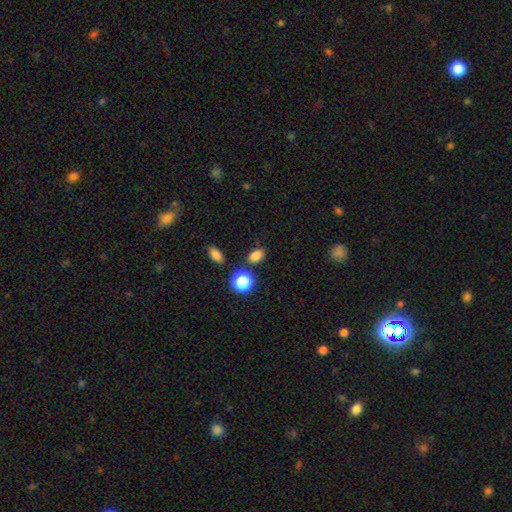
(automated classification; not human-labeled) Smooth or featured: smooth — 82% (star or artifact — 14%)
How rounded: in between — 72% (round — 26%)
Merging: none — 78% (minor disturbance — 12%)